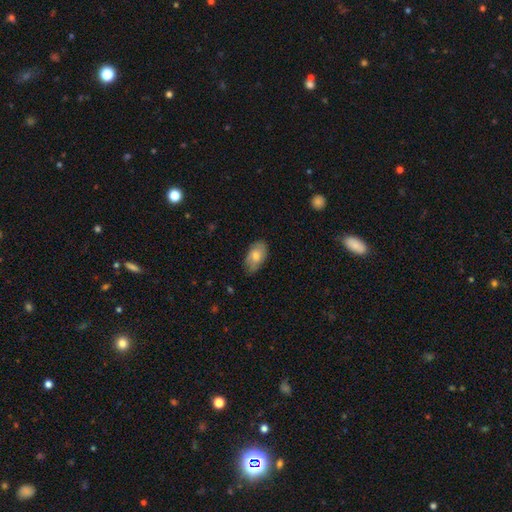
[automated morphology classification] A smooth galaxy with no disk features (75%) that is in between round and cigar-shaped (93%).

Vote fractions:
- Smooth or featured? smooth: 75% / featured or disk: 18% / star or artifact: 6%
- How rounded? in between: 93% / round: 5% / cigar-shaped: 2%
- Merging? none: 79% / minor disturbance: 18% / major disturbance: 3% / merger: 1%